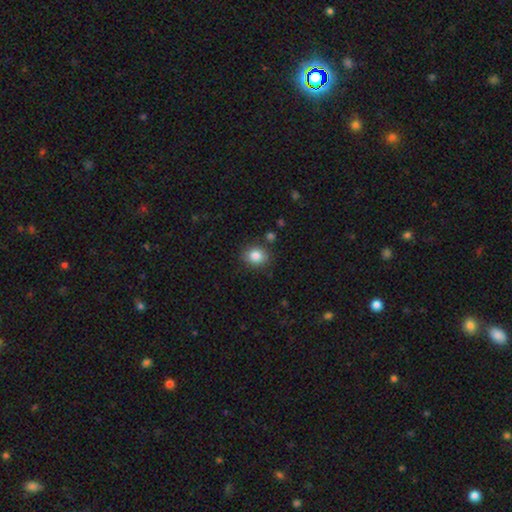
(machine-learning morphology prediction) smooth_or_featured: smooth (p=0.85) [alt: star or artifact p=0.09]
how_rounded: round (p=0.62) [alt: in between p=0.37]
merging: none (p=0.83) [alt: minor disturbance p=0.11]